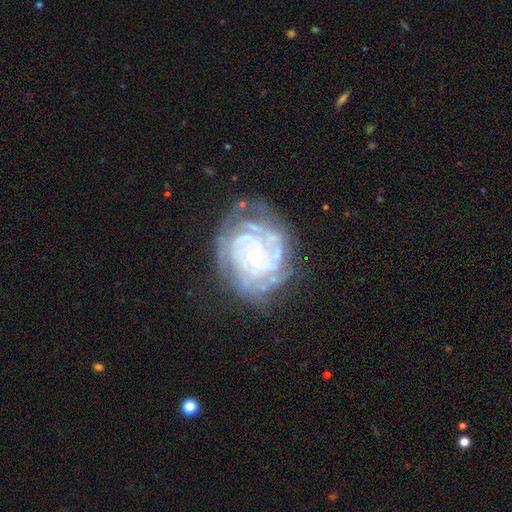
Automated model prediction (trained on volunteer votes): A featured or disk galaxy (86%) with no bar (75%), tight (74%) spiral arms (94%) and a small central bulge (77%).

Vote fractions:
- Smooth or featured? featured or disk: 86% / smooth: 8% / star or artifact: 7%
- Edge-on disk? no: 98% / yes: 2%
- Bar? no: 75% / weak: 19% / strong: 5%
- Spiral arms? yes: 94% / no: 6%
- Spiral winding? tight: 74% / medium: 22% / loose: 5%
- Spiral arm count? can't tell: 35% / 3: 18% / 4: 17% / 2: 15% / more than 4: 9% / 1: 6%
- Bulge size? small: 77% / moderate: 19% / none: 2% / large: 1% / dominant: 1%
- Merging? none: 65% / minor disturbance: 21% / major disturbance: 12% / merger: 2%